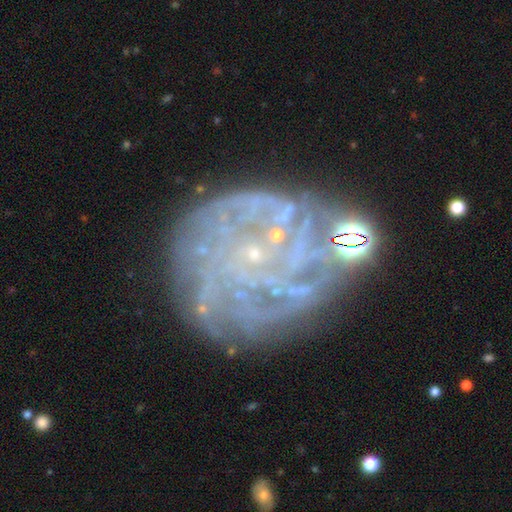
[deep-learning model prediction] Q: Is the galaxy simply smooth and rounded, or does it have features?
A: featured or disk — 74%.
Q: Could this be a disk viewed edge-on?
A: no — 97%.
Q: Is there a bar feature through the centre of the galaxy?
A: no — 73%.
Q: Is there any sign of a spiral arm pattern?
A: yes — 87%.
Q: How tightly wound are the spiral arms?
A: tight — 69%.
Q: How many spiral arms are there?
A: can't tell — 31%.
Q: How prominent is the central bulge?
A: small — 82%.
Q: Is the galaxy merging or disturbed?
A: none — 65%.